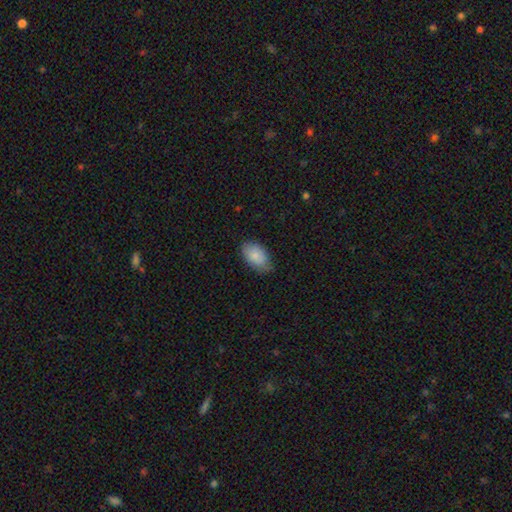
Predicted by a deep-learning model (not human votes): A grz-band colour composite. It shows a smooth galaxy with no disk features (84%) that is in between round and cigar-shaped (93%). Merging: none (73%).